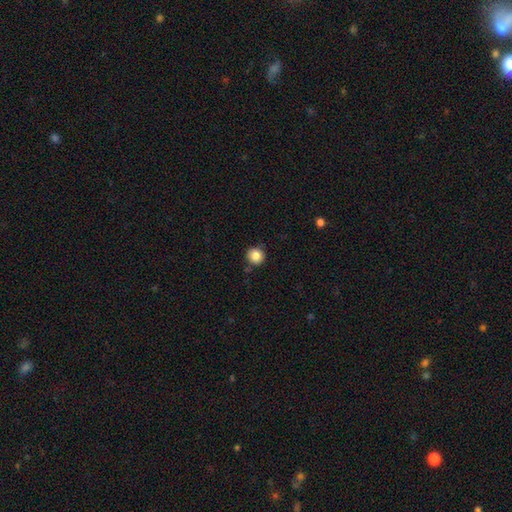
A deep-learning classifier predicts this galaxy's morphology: A smooth galaxy with no disk features (86%) that is round (93%). Merging: none (84%).